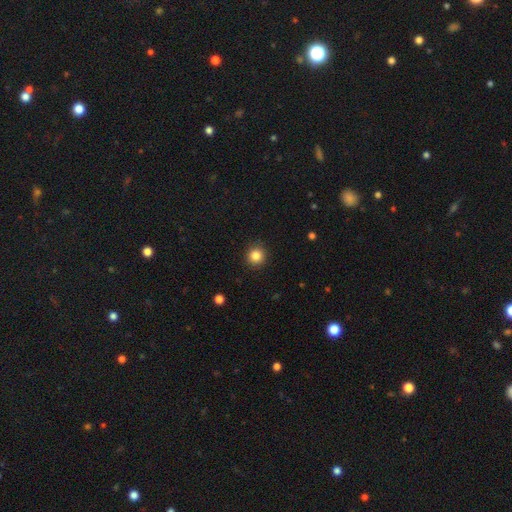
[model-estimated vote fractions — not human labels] Q: Smooth or featured?
A: smooth (85%); runner-up: star or artifact (11%)
Q: How rounded?
A: round (93%); runner-up: in between (6%)
Q: Merging?
A: none (91%); runner-up: minor disturbance (6%)